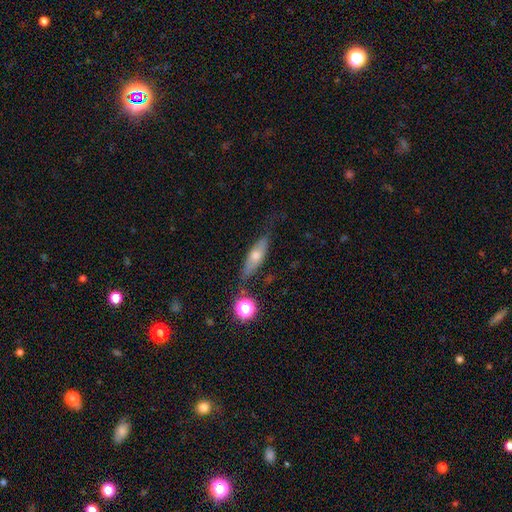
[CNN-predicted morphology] Smooth or featured? smooth (50%)
How rounded? cigar-shaped (55%)
Merging? none (68%)